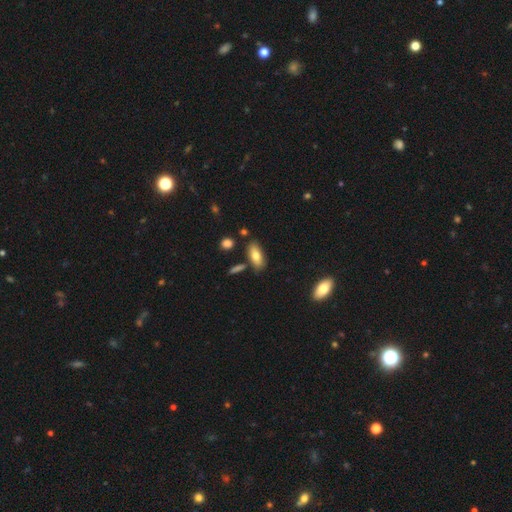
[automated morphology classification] type=smooth (76%); roundness=in between (86%); merging=none (76%).